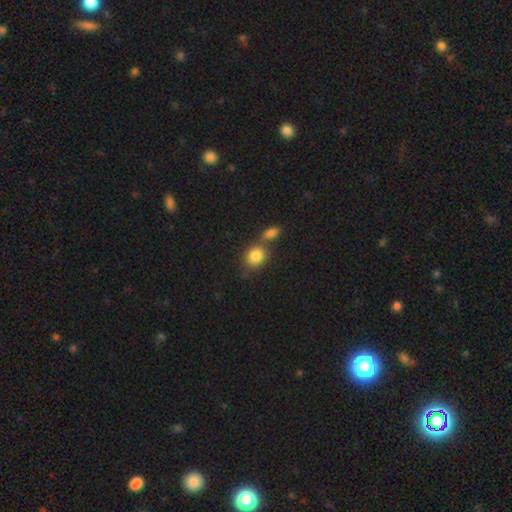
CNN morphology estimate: A smooth galaxy with no disk features (84%) that is round (56%). Merging: none (49%).